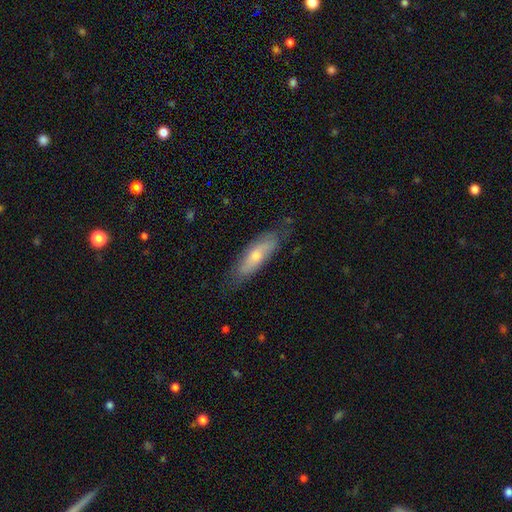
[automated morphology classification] This is possibly a smooth galaxy (53%). How rounded: possibly cigar-shaped (50%). Merging: likely none (73%).